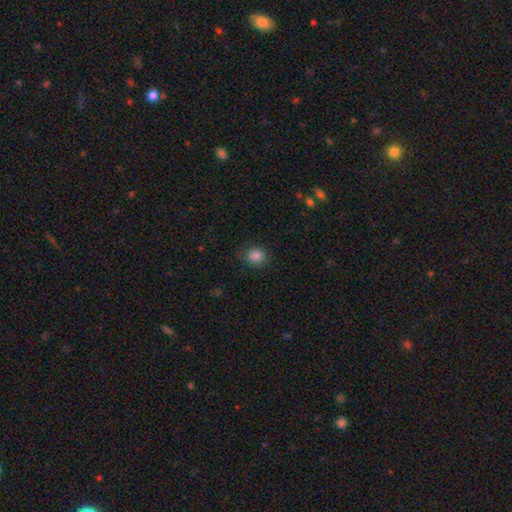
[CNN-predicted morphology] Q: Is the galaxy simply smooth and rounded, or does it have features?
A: smooth — 85%.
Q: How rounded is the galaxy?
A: round — 73%.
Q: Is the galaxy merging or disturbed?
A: none — 82%.